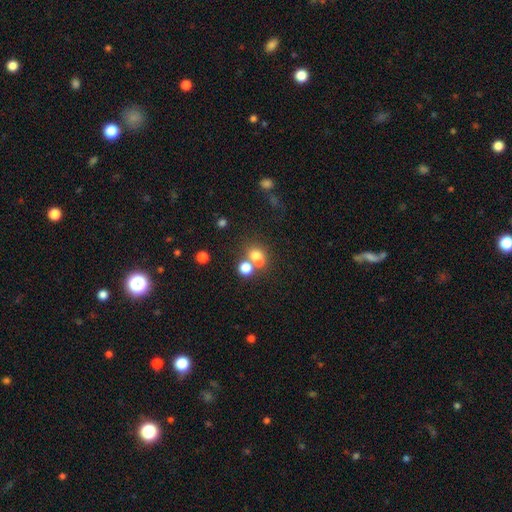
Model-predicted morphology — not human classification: Smooth or featured? smooth (66%)
How rounded? round (79%)
Merging? none (45%)